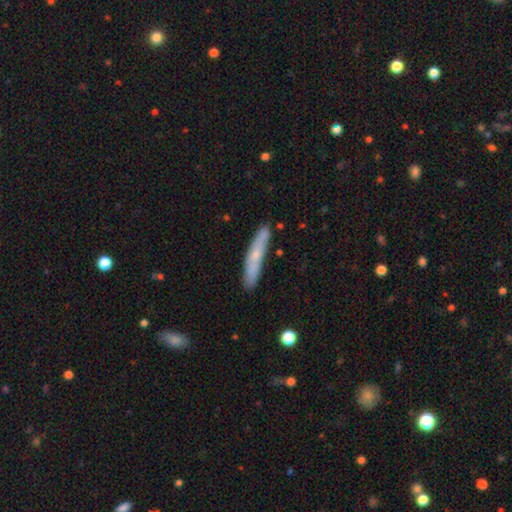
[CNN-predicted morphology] Smooth or featured?
  - smooth: 56% *
  - featured or disk: 37%
  - star or artifact: 7%
How rounded?
  - cigar-shaped: 91% *
  - in between: 8%
  - round: 1%
Merging?
  - none: 84% *
  - minor disturbance: 13%
  - major disturbance: 2%
  - merger: 2%